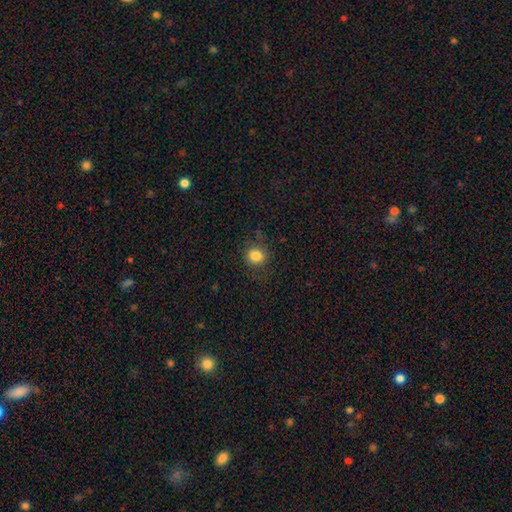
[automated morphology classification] A smooth galaxy with no disk features (83%) that is round (81%). Merging: none (82%).